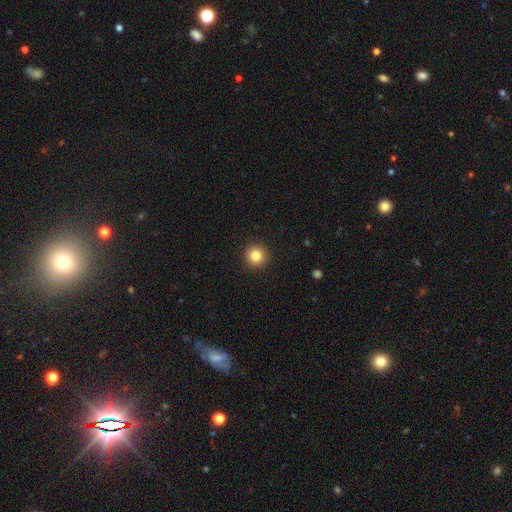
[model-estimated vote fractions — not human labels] The model was most divided on "smooth or featured": smooth: 83%, star or artifact: 11%, featured or disk: 6%. More confident: how rounded — round (95%); merging — none (93%).